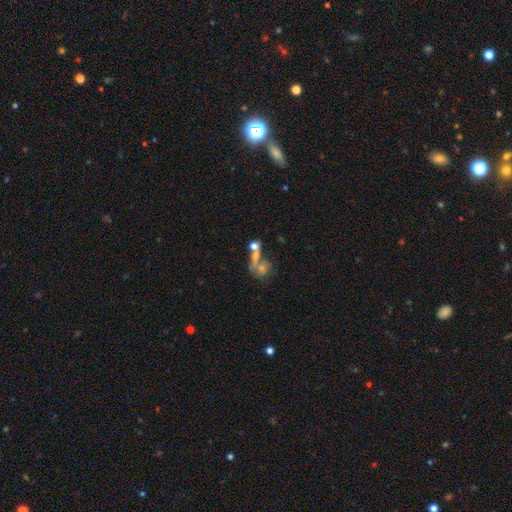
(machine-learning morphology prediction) Smooth or featured? Predicted: smooth (p=0.54). How rounded? Predicted: round (p=0.51). Merging? Predicted: merger (p=0.48).